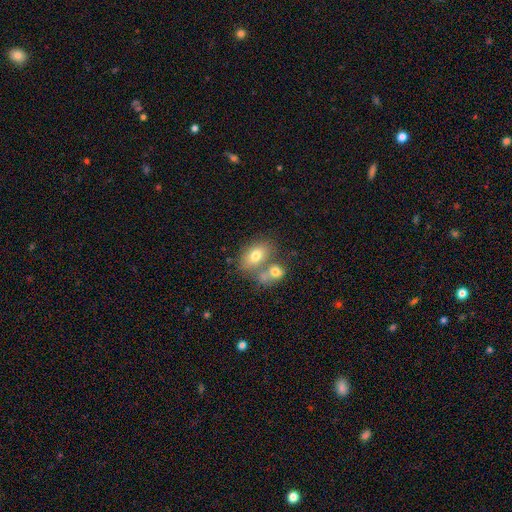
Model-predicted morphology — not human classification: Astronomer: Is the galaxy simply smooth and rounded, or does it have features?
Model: smooth — 73%.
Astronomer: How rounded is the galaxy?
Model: in between — 80%.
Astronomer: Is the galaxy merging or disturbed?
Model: none — 43% (runner-up: merger, 42%).